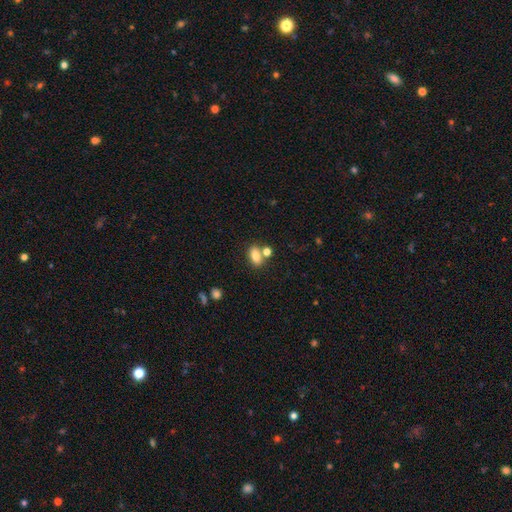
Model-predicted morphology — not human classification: Smooth or featured? smooth (80%)
How rounded? in between (83%)
Merging? none (60%)